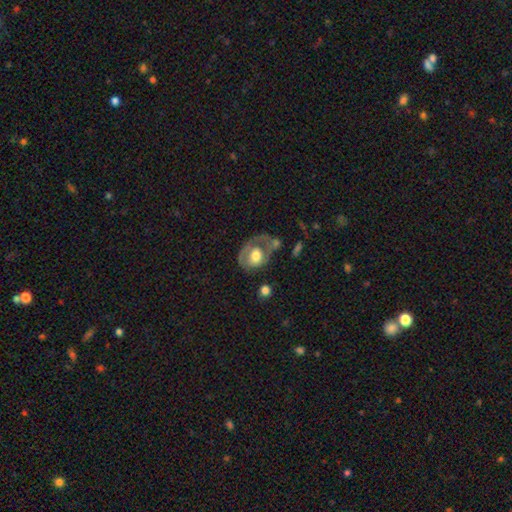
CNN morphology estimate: A featured or disk galaxy (49%). Merging: none (37%).